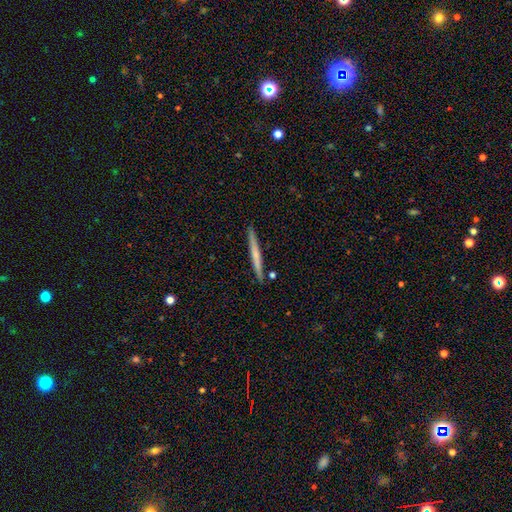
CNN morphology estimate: A smooth galaxy with no disk features (50%) that is cigar-shaped (97%). Merging: none (90%).